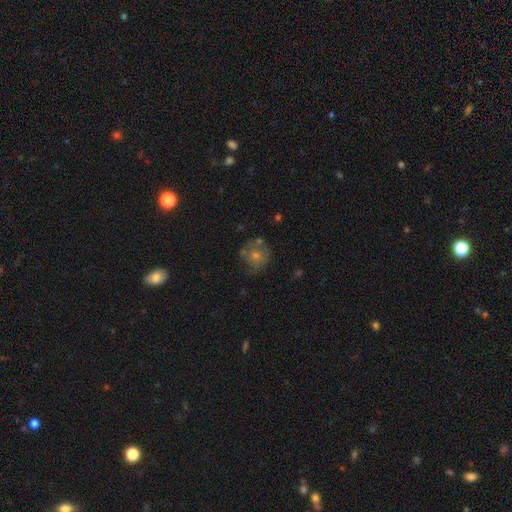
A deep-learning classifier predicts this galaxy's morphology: A featured or disk galaxy (46%). Merging: none (67%).